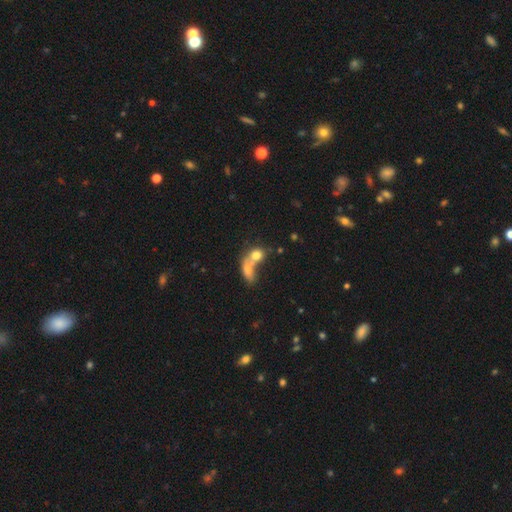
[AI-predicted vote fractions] Q: Smooth or featured?
A: smooth (71%); runner-up: featured or disk (18%)
Q: How rounded?
A: in between (49%); runner-up: round (47%)
Q: Merging?
A: merger (64%); runner-up: none (22%)